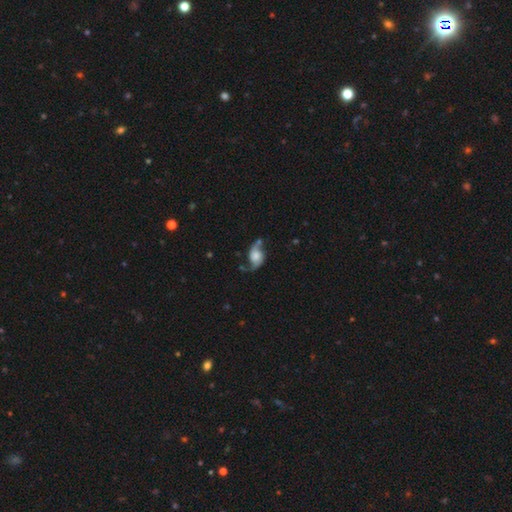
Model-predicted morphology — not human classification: type=featured or disk (75%); edge-on=no (96%); bar=no (67%); spiral arms=yes (94%); winding=loose (68%); arm count=2 (89%); bulge=large (31%); merging=none (54%).